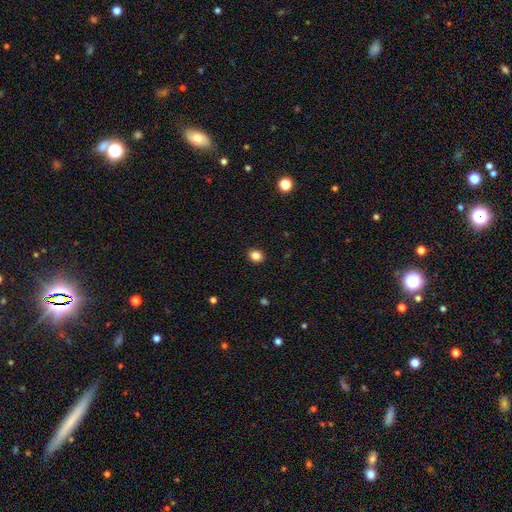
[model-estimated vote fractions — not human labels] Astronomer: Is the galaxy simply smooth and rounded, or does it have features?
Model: smooth — 85%.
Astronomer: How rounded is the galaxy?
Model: round — 59% (runner-up: in between, 41%).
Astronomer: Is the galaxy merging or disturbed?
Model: none — 91%.